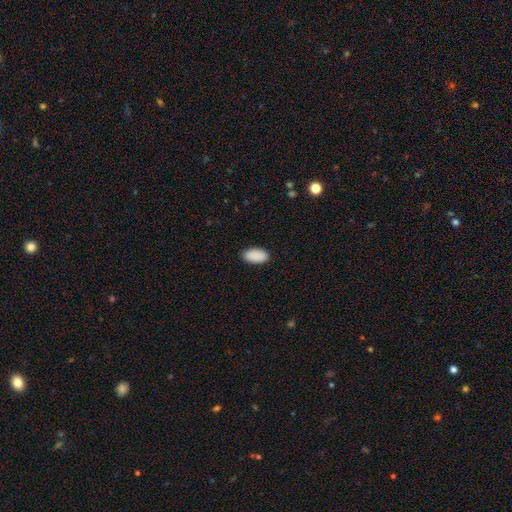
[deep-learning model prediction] This appears to be a smooth galaxy with no disk features (91%) that is in between round and cigar-shaped (95%). Merging: none (90%).